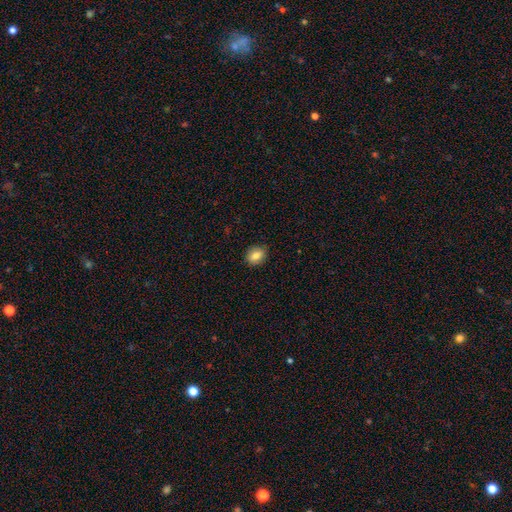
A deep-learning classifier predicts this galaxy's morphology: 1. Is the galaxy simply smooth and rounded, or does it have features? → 82% smooth, 9% featured or disk, 9% star or artifact.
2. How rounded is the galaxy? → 51% in between, 48% round, 1% cigar-shaped.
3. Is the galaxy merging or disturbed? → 87% none, 10% minor disturbance, 2% major disturbance, 1% merger.